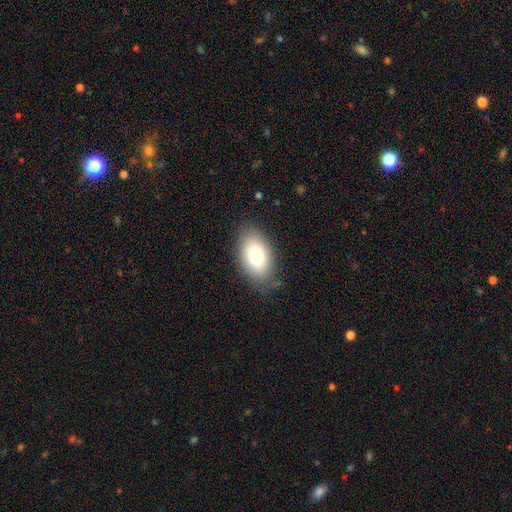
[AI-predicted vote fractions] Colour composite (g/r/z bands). It shows a smooth galaxy with no disk features (80%) that is in between round and cigar-shaped (92%). Merging: none (77%).